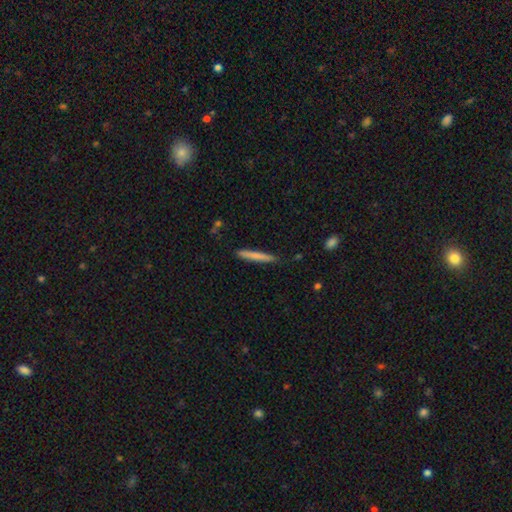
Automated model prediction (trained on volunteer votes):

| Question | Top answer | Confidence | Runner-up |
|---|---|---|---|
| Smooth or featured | smooth | 75% | featured or disk (20%) |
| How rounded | cigar-shaped | 96% | in between (3%) |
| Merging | none | 86% | minor disturbance (11%) |